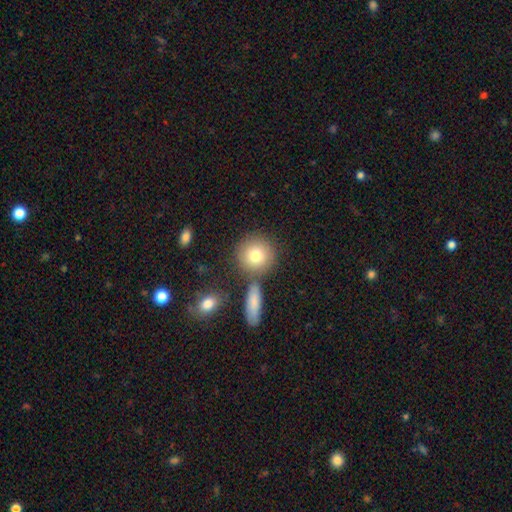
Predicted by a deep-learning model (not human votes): Morphology: type=smooth (80%); roundness=round (89%); merging=none (72%).